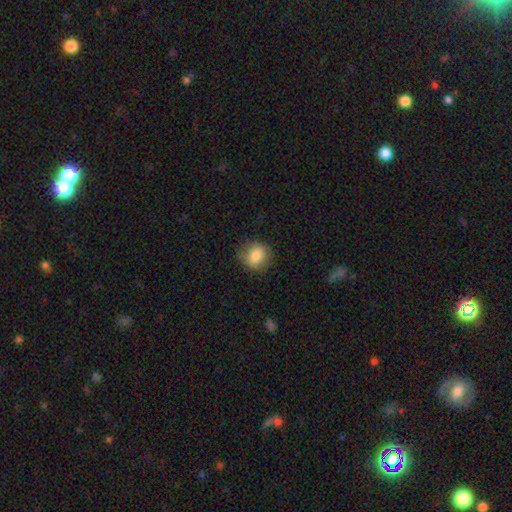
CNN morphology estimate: type=smooth (80%); roundness=round (75%); merging=none (81%).